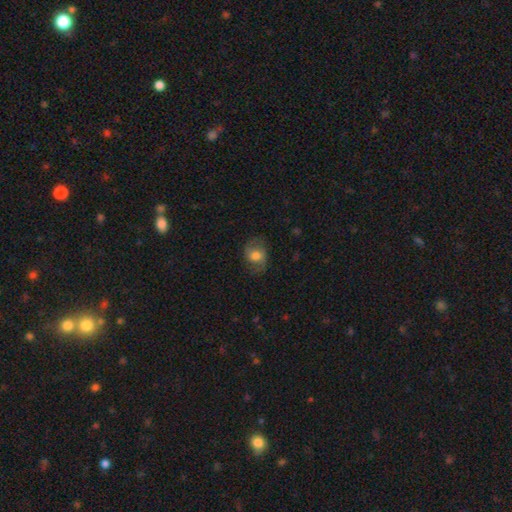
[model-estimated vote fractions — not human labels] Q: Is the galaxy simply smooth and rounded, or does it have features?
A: smooth — 51%.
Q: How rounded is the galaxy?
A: in between — 58%.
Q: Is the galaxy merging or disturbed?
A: none — 70%.